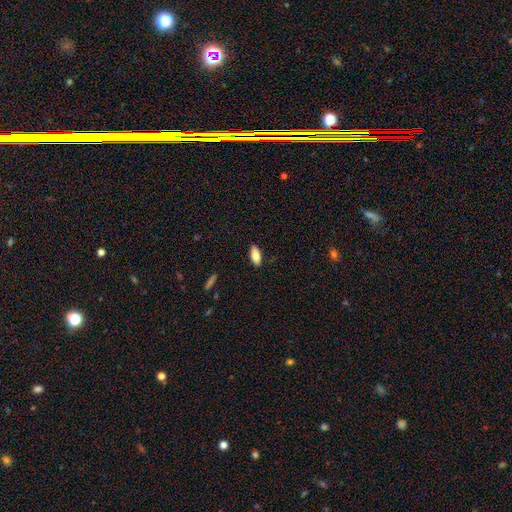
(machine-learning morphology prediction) Overall: smooth (81%). How rounded: in between (84%). Merging: none (88%).